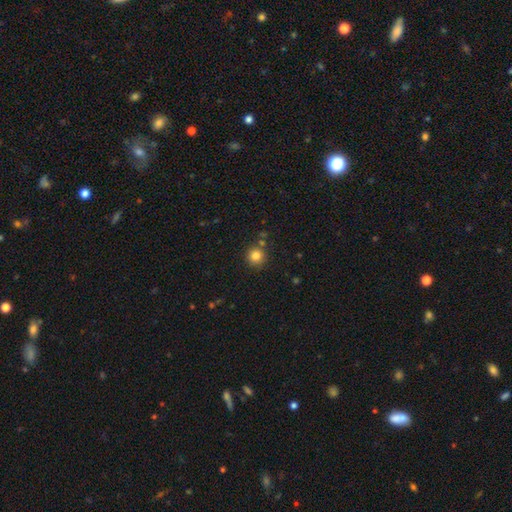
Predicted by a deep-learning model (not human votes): Smooth or featured? Predicted: smooth (p=0.82). How rounded? Predicted: round (p=0.94). Merging? Predicted: none (p=0.83).